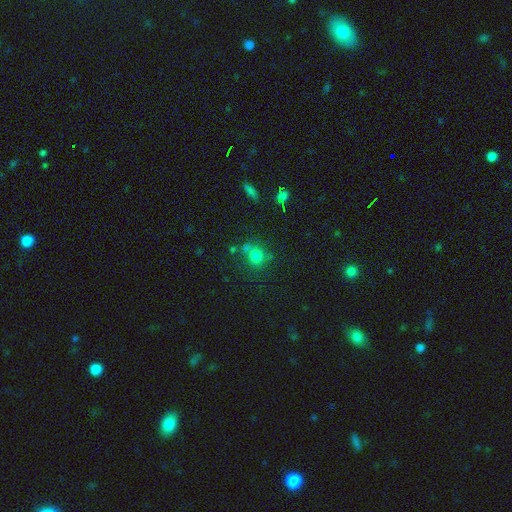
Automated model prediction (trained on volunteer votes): Q: Smooth or featured?
A: smooth (74%); runner-up: star or artifact (18%)
Q: How rounded?
A: round (84%); runner-up: in between (15%)
Q: Merging?
A: none (64%); runner-up: merger (15%)